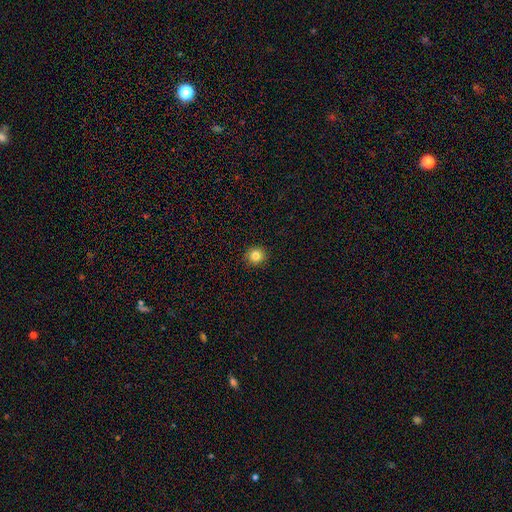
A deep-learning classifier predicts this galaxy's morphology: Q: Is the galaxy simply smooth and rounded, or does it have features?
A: smooth — 82%.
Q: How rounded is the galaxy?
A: round — 92%.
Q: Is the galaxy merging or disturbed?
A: none — 92%.